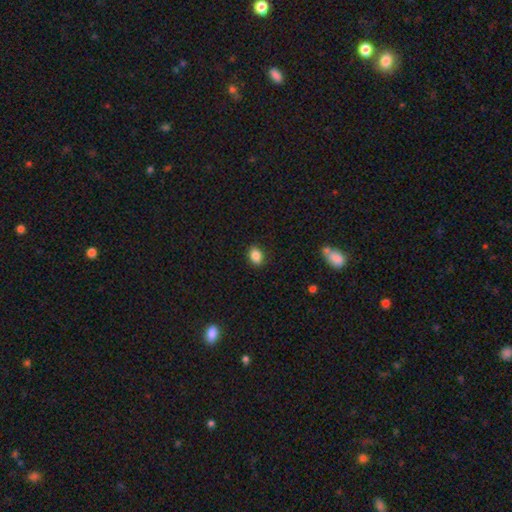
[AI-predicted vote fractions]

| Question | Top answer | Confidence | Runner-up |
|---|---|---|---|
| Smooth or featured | smooth | 86% | star or artifact (10%) |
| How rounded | in between | 68% | round (31%) |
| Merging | none | 88% | minor disturbance (9%) |